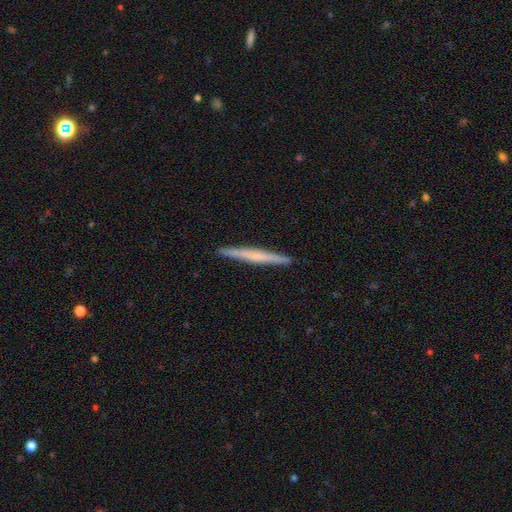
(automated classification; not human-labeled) smooth_or_featured: featured or disk (p=0.49) [alt: smooth p=0.46]
merging: none (p=0.92) [alt: minor disturbance p=0.06]